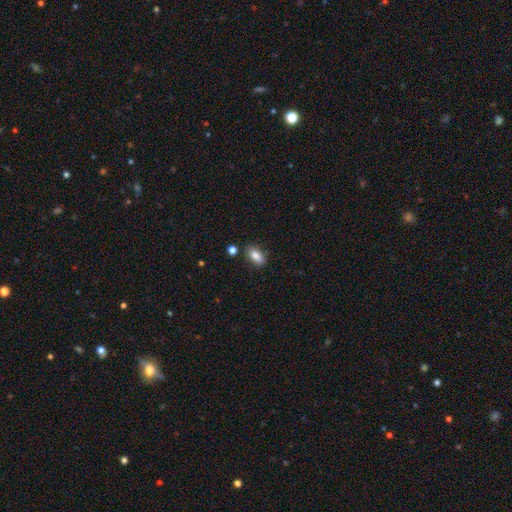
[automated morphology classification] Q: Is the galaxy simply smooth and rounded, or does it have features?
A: smooth — 83%.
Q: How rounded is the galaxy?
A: in between — 86%.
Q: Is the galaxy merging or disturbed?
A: none — 81%.